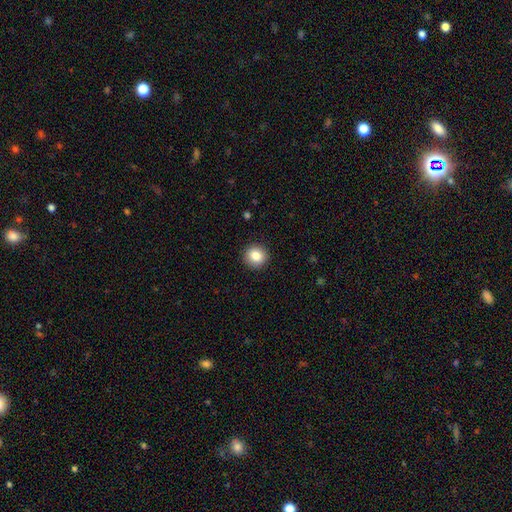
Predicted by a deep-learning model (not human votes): This is clearly a smooth galaxy (86%). How rounded: clearly round (90%). Merging: clearly none (92%).